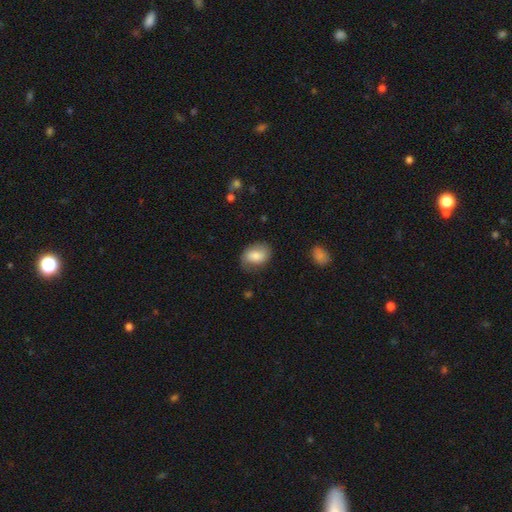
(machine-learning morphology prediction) A smooth galaxy with no disk features (77%) that is in between round and cigar-shaped (74%).

Vote fractions:
- Smooth or featured? smooth: 77% / featured or disk: 16% / star or artifact: 7%
- How rounded? in between: 74% / round: 25% / cigar-shaped: 1%
- Merging? none: 70% / minor disturbance: 22% / major disturbance: 7% / merger: 1%